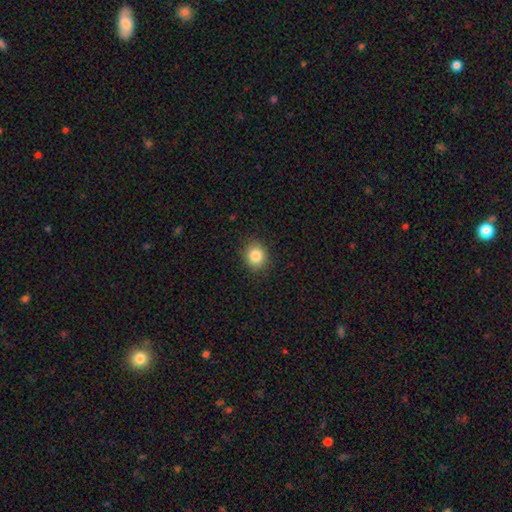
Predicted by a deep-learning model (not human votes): Q: Smooth or featured?
A: smooth (84%); runner-up: star or artifact (10%)
Q: How rounded?
A: round (77%); runner-up: in between (23%)
Q: Merging?
A: none (90%); runner-up: minor disturbance (7%)